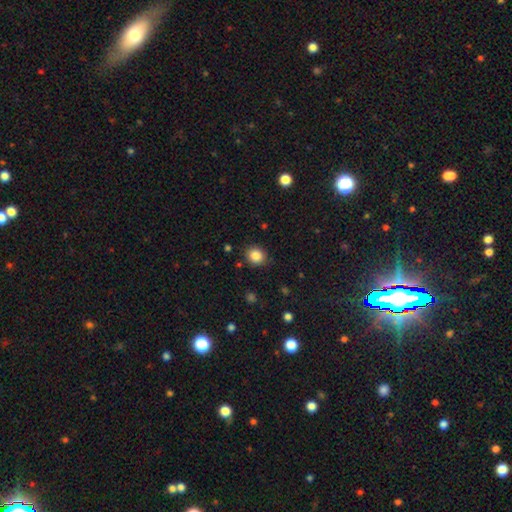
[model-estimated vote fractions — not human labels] Smooth or featured? smooth (85%)
How rounded? round (77%)
Merging? none (86%)